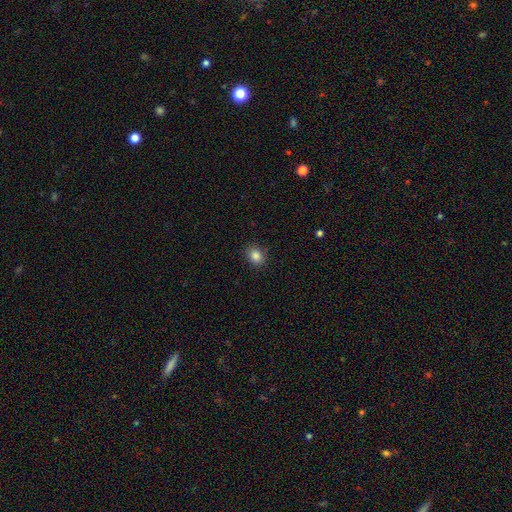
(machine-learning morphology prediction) Smooth or featured?
  - smooth: 85% *
  - star or artifact: 10%
  - featured or disk: 5%
How rounded?
  - round: 50% *
  - in between: 49%
  - cigar-shaped: 1%
Merging?
  - none: 88% *
  - minor disturbance: 9%
  - major disturbance: 2%
  - merger: 1%